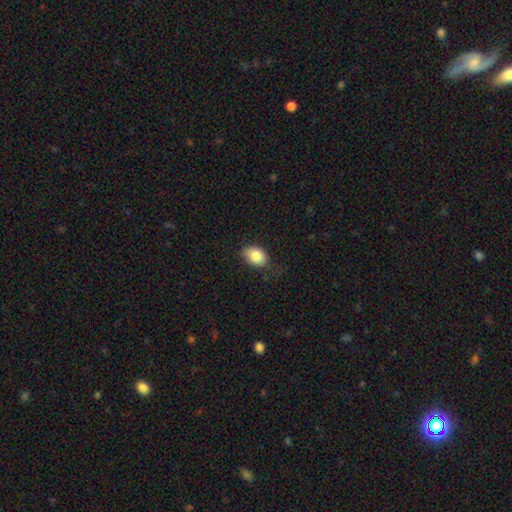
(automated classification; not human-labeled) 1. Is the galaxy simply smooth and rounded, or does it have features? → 84% smooth, 8% star or artifact, 8% featured or disk.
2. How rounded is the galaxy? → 76% in between, 23% round, 1% cigar-shaped.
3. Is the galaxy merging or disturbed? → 74% none, 20% minor disturbance, 5% major disturbance, 1% merger.